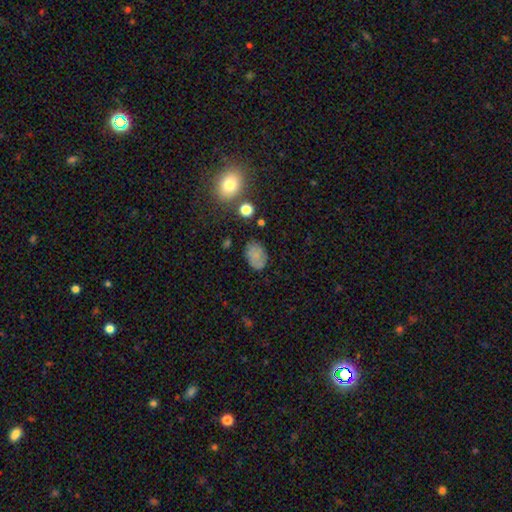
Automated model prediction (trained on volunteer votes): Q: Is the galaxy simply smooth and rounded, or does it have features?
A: smooth — 74%.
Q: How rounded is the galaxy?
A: in between — 79%.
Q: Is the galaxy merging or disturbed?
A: none — 73%.